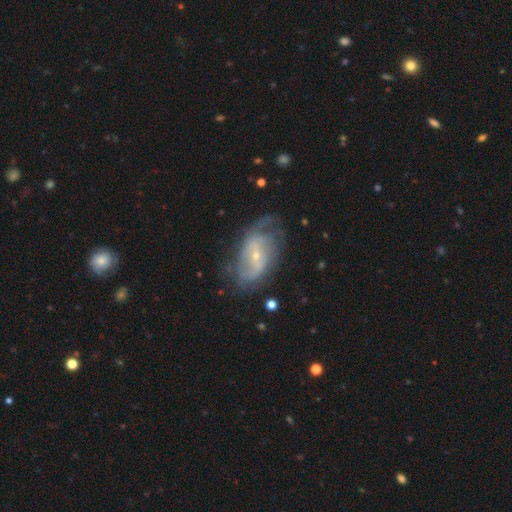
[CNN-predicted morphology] smooth_or_featured: featured or disk (p=0.78) [alt: smooth p=0.15]
disk_edge_on: no (p=0.95) [alt: yes p=0.05]
bar: weak (p=0.42) [alt: no p=0.38]
has_spiral_arms: yes (p=0.86) [alt: no p=0.14]
spiral_winding: medium (p=0.41) [alt: loose p=0.31]
spiral_arm_count: 2 (p=0.56) [alt: can't tell p=0.27]
bulge_size: small (p=0.73) [alt: moderate p=0.23]
merging: none (p=0.56) [alt: minor disturbance p=0.25]